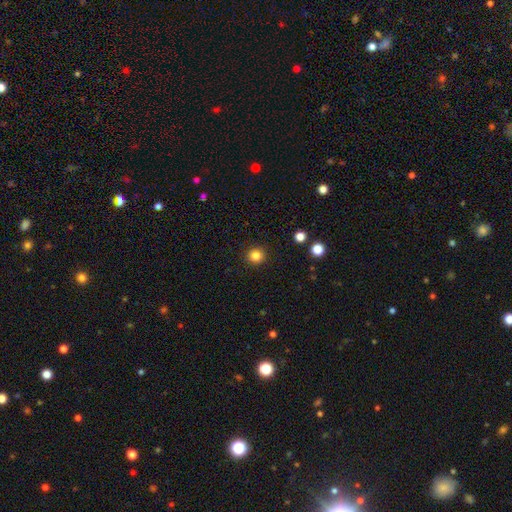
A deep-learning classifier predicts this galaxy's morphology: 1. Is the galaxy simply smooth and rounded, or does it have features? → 83% smooth, 12% star or artifact, 4% featured or disk.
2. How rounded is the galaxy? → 94% round, 5% in between, 1% cigar-shaped.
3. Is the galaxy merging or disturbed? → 92% none, 5% minor disturbance, 2% major disturbance, 1% merger.